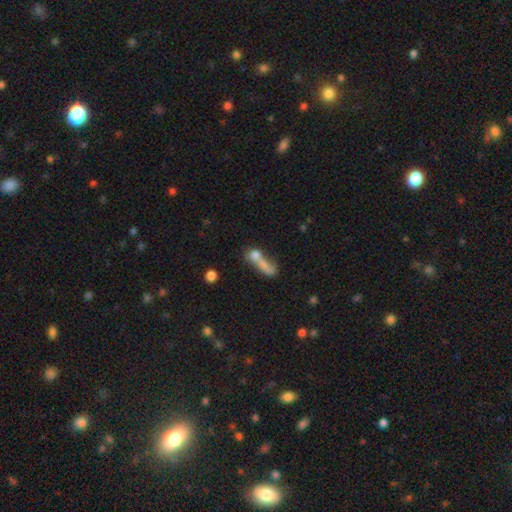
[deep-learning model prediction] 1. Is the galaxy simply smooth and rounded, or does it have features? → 67% smooth, 21% featured or disk, 12% star or artifact.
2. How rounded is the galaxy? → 43% in between, 33% cigar-shaped, 24% round.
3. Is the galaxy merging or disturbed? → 58% merger, 21% none, 12% major disturbance, 9% minor disturbance.